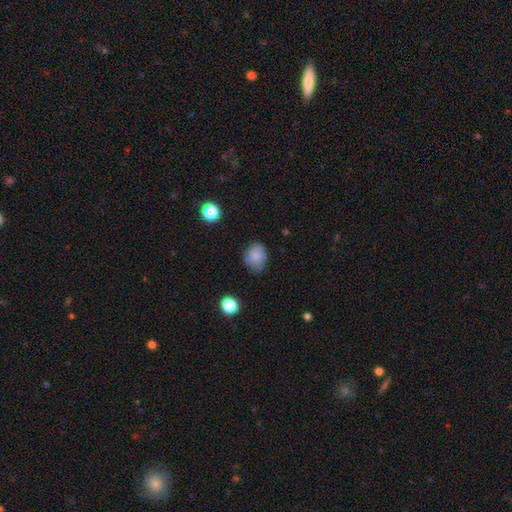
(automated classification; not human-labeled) Q: Smooth or featured?
A: smooth (80%); runner-up: featured or disk (11%)
Q: How rounded?
A: round (52%); runner-up: in between (47%)
Q: Merging?
A: none (71%); runner-up: minor disturbance (23%)